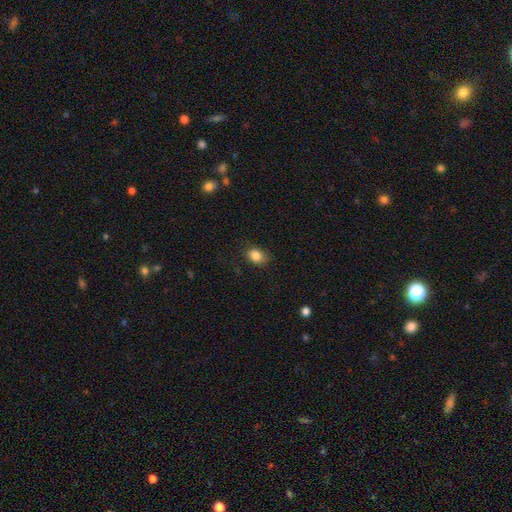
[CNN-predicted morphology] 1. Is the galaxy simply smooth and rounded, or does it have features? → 84% smooth, 9% star or artifact, 6% featured or disk.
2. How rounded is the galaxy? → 63% in between, 35% round, 1% cigar-shaped.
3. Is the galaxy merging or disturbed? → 79% none, 16% minor disturbance, 4% major disturbance, 1% merger.